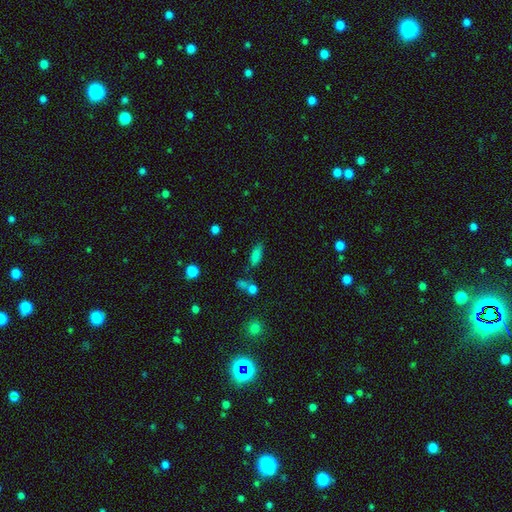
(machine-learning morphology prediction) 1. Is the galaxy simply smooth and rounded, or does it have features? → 79% smooth, 13% star or artifact, 9% featured or disk.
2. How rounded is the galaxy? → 69% in between, 27% cigar-shaped, 4% round.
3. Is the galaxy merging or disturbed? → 65% none, 18% minor disturbance, 11% merger, 6% major disturbance.